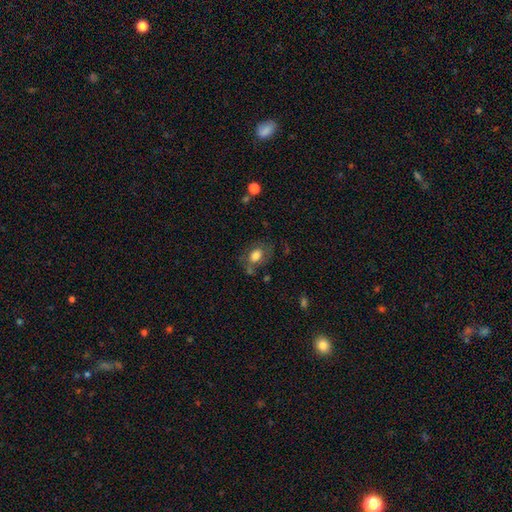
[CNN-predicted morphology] A smooth galaxy with no disk features (71%) that is in between round and cigar-shaped (70%).

Vote fractions:
- Smooth or featured? smooth: 71% / featured or disk: 20% / star or artifact: 9%
- How rounded? in between: 70% / round: 29% / cigar-shaped: 1%
- Merging? none: 56% / minor disturbance: 23% / major disturbance: 12% / merger: 8%